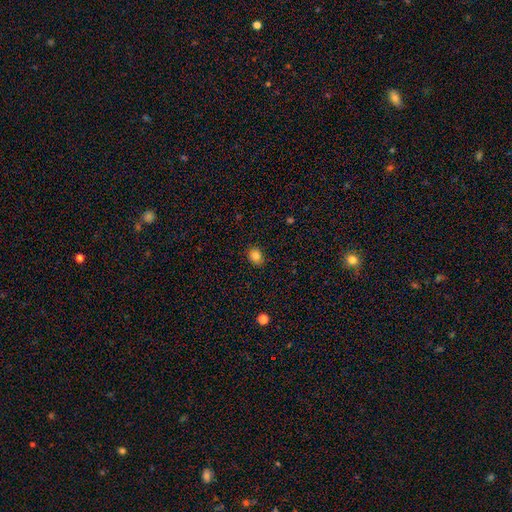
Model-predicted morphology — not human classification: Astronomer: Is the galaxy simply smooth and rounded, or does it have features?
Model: smooth — 83%.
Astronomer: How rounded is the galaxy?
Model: round — 58% (runner-up: in between, 41%).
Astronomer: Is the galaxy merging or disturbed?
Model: none — 88%.